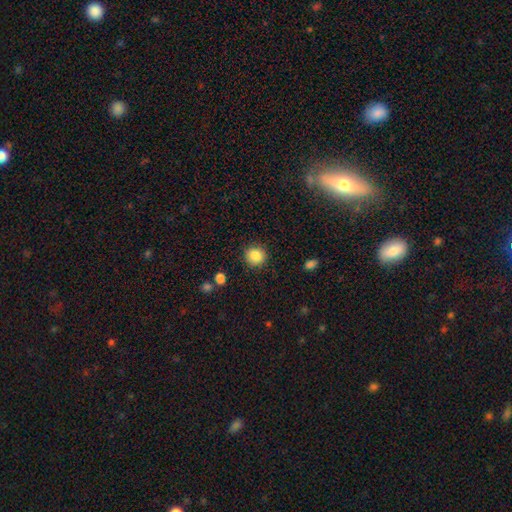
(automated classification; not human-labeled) Smooth or featured?
  - smooth: 87% *
  - star or artifact: 10%
  - featured or disk: 4%
How rounded?
  - round: 88% *
  - in between: 11%
  - cigar-shaped: 1%
Merging?
  - none: 88% *
  - minor disturbance: 8%
  - major disturbance: 3%
  - merger: 2%